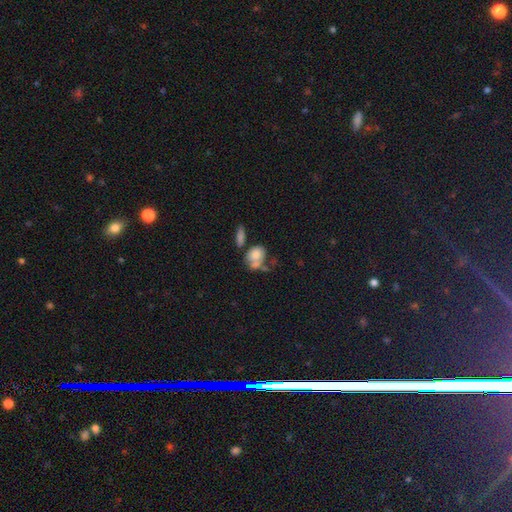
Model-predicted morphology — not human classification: Overall: smooth (74%). How rounded: in between (62%; round 36%). Merging: merger (38%; none 33%).